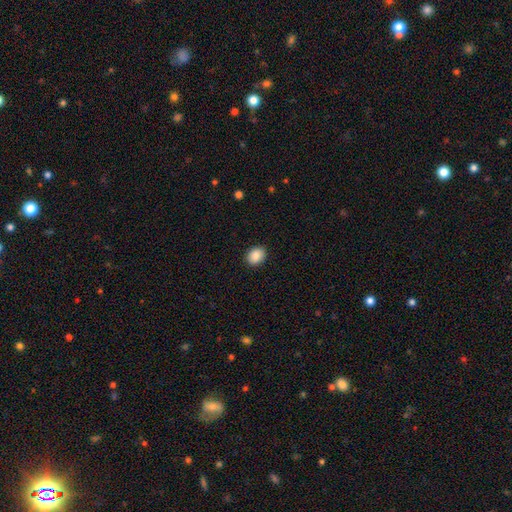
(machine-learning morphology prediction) This is clearly a smooth galaxy (89%). How rounded: possibly in between (52%). Merging: clearly none (91%).